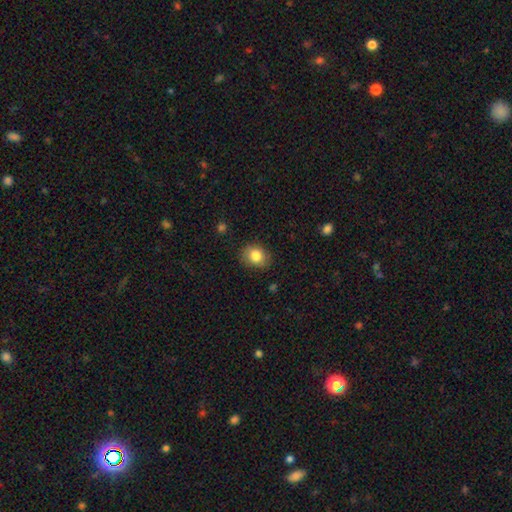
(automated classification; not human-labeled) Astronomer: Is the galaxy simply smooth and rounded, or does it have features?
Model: smooth — 83%.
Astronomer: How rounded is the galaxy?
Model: round — 54% (runner-up: in between, 45%).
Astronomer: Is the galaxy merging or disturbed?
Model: none — 84%.